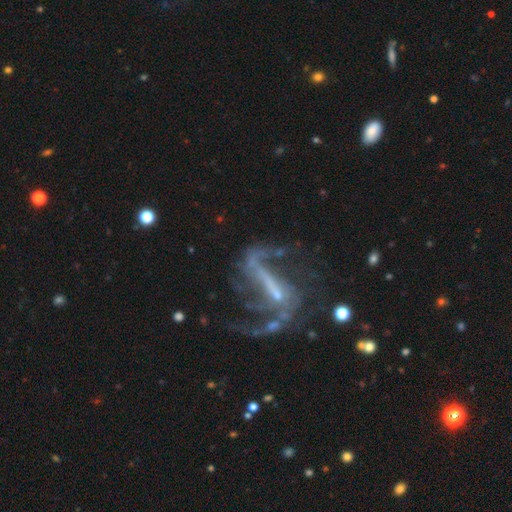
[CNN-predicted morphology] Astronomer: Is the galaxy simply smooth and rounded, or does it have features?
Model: featured or disk — 87%.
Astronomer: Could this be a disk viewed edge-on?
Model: no — 94%.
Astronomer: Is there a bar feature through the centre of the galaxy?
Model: strong — 61%.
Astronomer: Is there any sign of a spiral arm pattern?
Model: yes — 95%.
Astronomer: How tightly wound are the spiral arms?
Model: loose — 65%.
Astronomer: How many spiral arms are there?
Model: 2 — 88%.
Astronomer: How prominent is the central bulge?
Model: small — 61%.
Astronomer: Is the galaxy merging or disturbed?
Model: none — 56%.